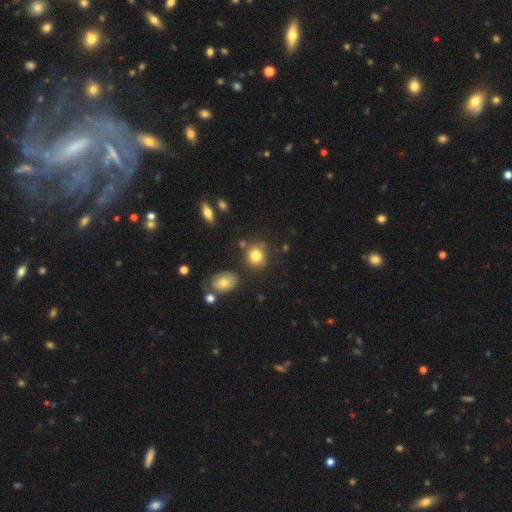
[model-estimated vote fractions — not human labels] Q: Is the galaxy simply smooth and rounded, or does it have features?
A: smooth — 80%.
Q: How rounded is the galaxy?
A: round — 80%.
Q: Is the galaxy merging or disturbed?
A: none — 70%.